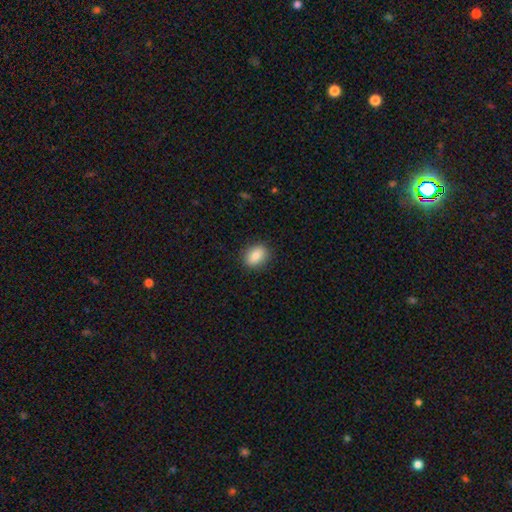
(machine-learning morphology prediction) Overall: smooth (85%). How rounded: in between (68%; round 30%). Merging: none (88%).